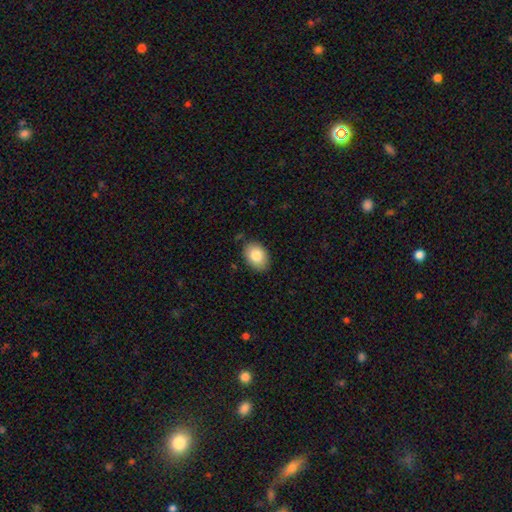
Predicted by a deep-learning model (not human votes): Morphology: type=smooth (83%); roundness=in between (80%); merging=none (84%).